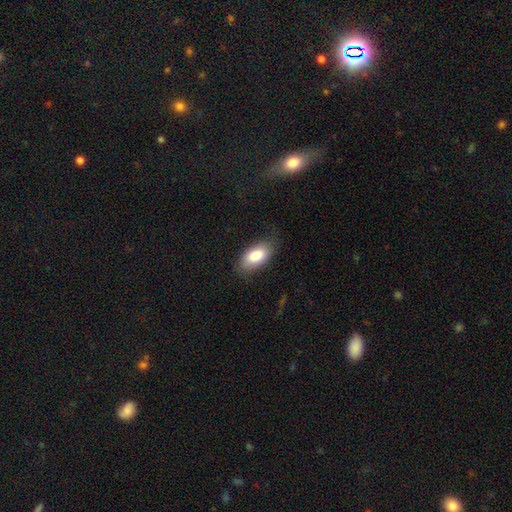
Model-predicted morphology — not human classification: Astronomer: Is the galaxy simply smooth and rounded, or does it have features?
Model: smooth — 83%.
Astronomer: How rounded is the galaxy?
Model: in between — 91%.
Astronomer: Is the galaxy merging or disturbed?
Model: none — 78%.